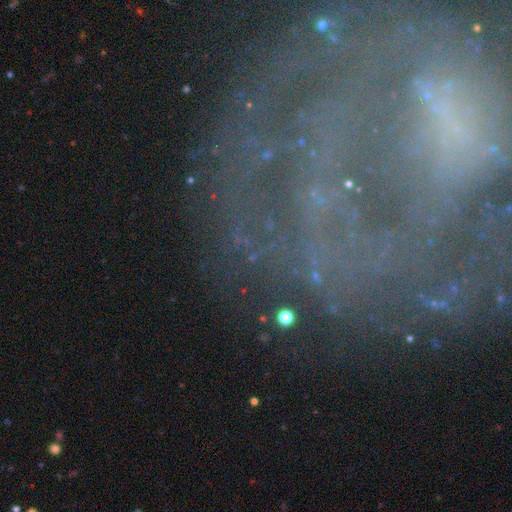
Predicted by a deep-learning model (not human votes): A featured or disk galaxy (58%) with no bar (47%), spiral arms (60%) and a small central bulge (33%). Merging: none (71%).